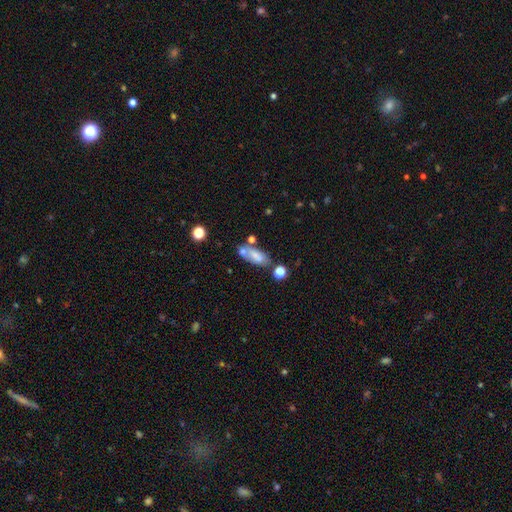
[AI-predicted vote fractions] Q: Smooth or featured?
A: smooth (65%); runner-up: featured or disk (24%)
Q: How rounded?
A: in between (73%); runner-up: cigar-shaped (23%)
Q: Merging?
A: none (48%); runner-up: merger (24%)